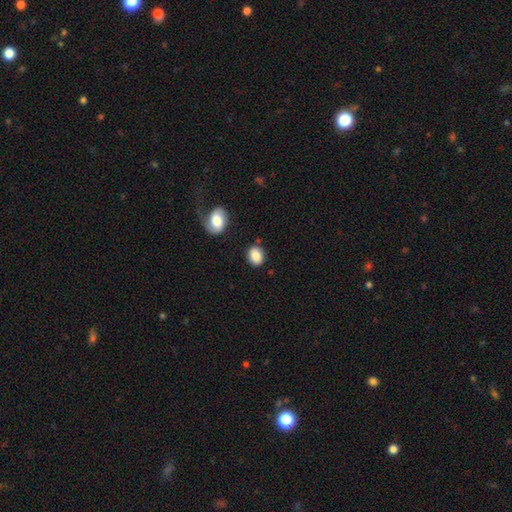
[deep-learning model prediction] Smooth or featured: smooth — 87% (star or artifact — 7%)
How rounded: in between — 60% (round — 39%)
Merging: none — 79% (minor disturbance — 13%)